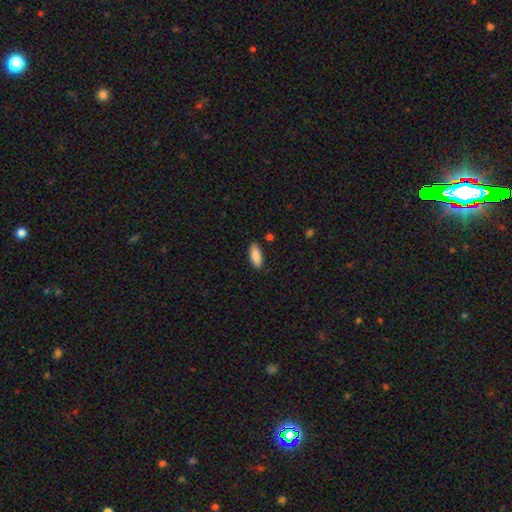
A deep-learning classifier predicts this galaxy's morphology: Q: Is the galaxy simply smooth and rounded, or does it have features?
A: smooth — 89%.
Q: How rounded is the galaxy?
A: in between — 78%.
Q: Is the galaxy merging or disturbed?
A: none — 88%.